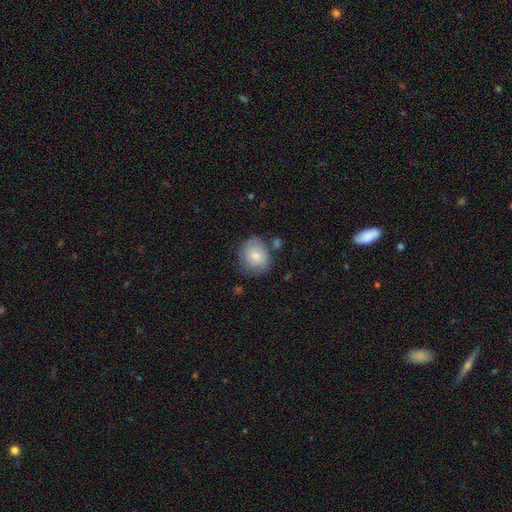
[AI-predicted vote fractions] Overall: smooth (80%). How rounded: round (72%). Merging: none (70%).